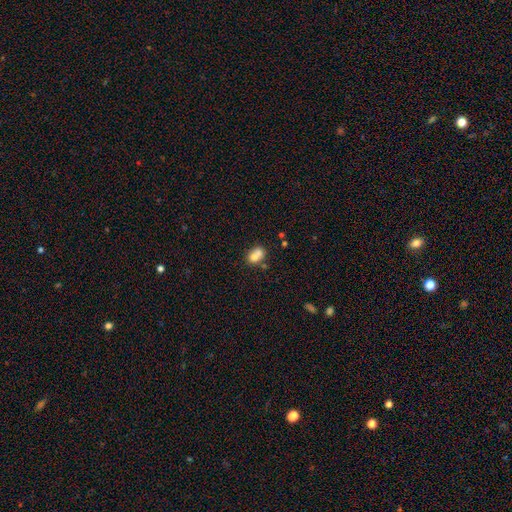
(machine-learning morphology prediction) This appears to be a smooth galaxy with no disk features (70%) that is round (55%). Merging: merger (59%).